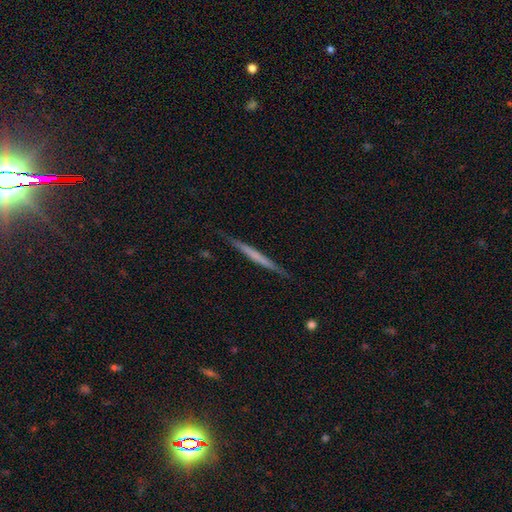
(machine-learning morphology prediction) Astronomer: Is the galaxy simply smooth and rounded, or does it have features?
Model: featured or disk — 53% (runner-up: smooth, 41%).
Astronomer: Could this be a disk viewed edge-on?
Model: yes — 97%.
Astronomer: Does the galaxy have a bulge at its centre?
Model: none — 86%.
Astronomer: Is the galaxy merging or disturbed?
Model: none — 88%.